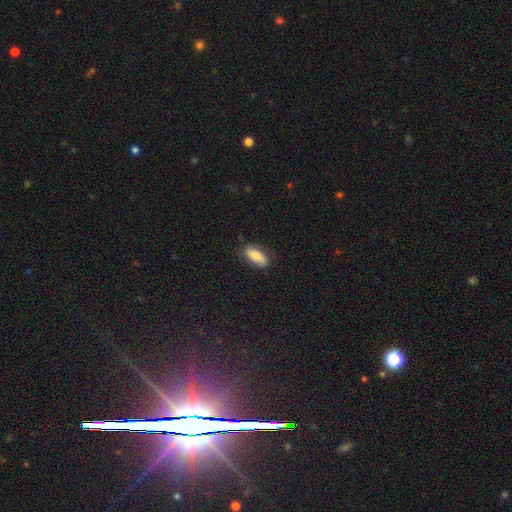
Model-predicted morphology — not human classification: smooth_or_featured: smooth (p=0.74) [alt: featured or disk p=0.19]
how_rounded: in between (p=0.78) [alt: cigar-shaped p=0.19]
merging: none (p=0.80) [alt: minor disturbance p=0.15]